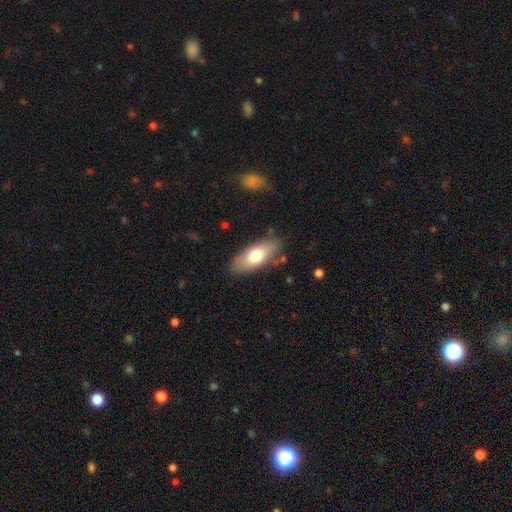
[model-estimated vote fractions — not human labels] Morphology: type=smooth (70%); roundness=in between (80%); merging=none (83%).